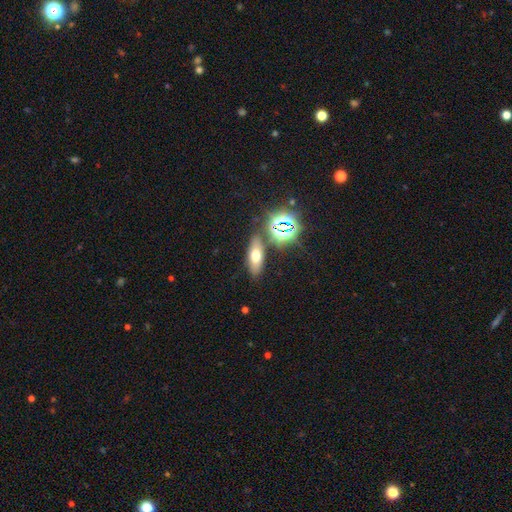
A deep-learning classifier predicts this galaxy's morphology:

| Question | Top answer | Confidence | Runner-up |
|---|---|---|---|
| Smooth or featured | smooth | 55% | star or artifact (24%) |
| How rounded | in between | 63% | cigar-shaped (25%) |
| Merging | none | 79% | minor disturbance (10%) |